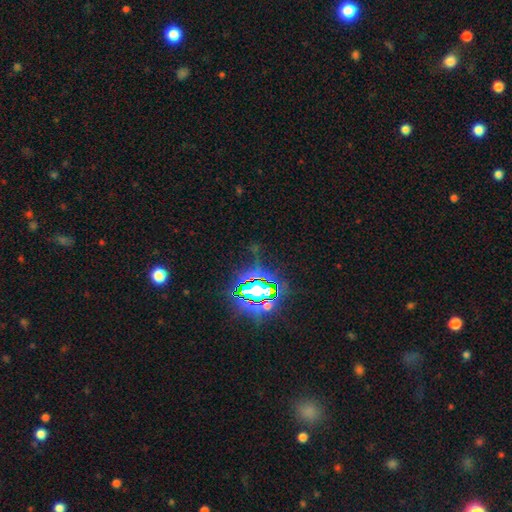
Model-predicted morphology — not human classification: A star or artifact, not a galaxy (80%).

Vote fractions:
- Smooth or featured? star or artifact: 80% / smooth: 11% / featured or disk: 8%